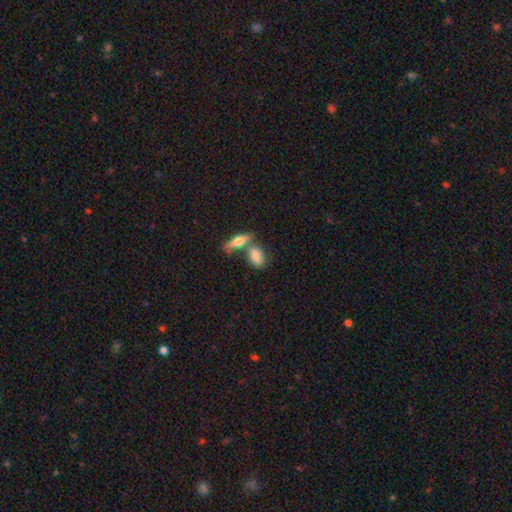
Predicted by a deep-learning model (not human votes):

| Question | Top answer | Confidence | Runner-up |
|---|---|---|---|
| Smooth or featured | smooth | 74% | featured or disk (19%) |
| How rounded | in between | 81% | cigar-shaped (10%) |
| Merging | none | 45% | merger (39%) |